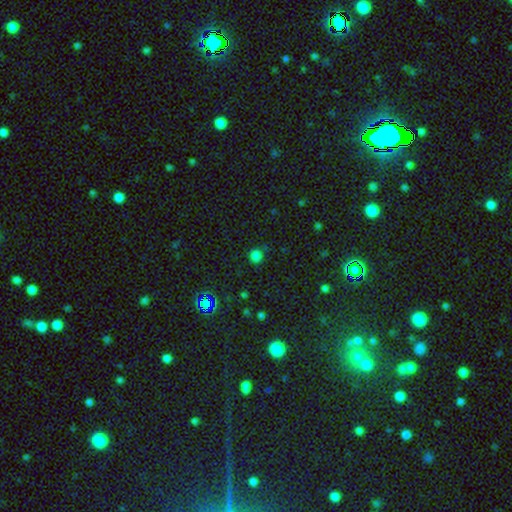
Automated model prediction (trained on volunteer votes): This appears to be a smooth galaxy with no disk features (74%) that is round (92%). Merging: none (84%).